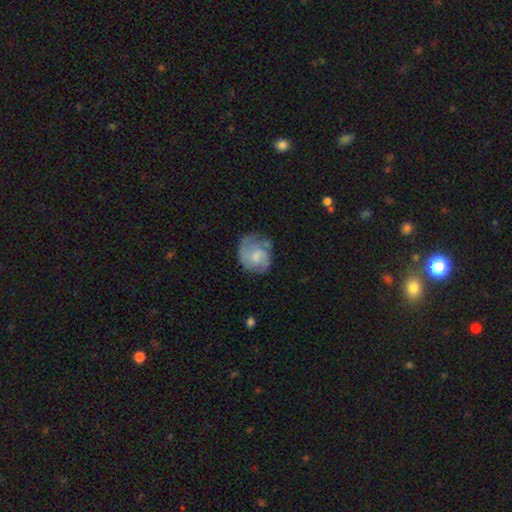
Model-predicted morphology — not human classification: smooth_or_featured: featured or disk (p=0.56) [alt: smooth p=0.37]
disk_edge_on: no (p=0.98) [alt: yes p=0.02]
bar: no (p=0.63) [alt: weak p=0.33]
has_spiral_arms: yes (p=0.81) [alt: no p=0.19]
bulge_size: small (p=0.44) [alt: moderate p=0.34]
merging: none (p=0.47) [alt: minor disturbance p=0.29]